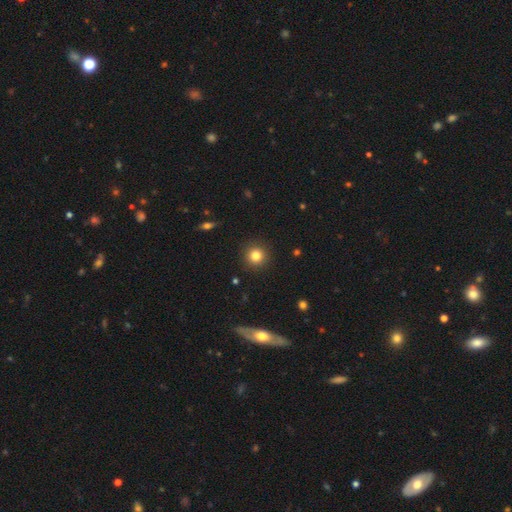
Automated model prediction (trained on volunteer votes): This appears to be a smooth galaxy with no disk features (82%) that is round (94%). Merging: none (91%).